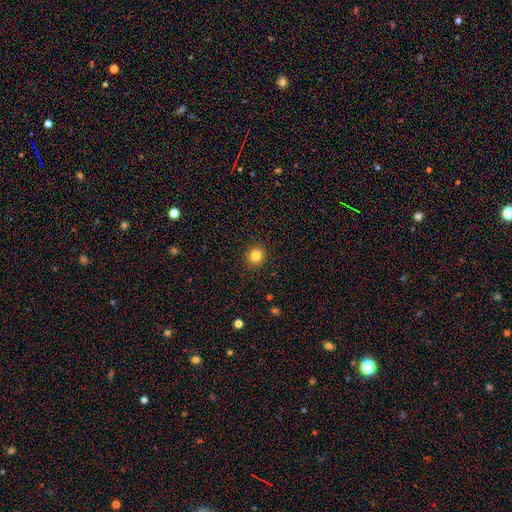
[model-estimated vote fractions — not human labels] The model was most divided on "smooth or featured": smooth: 83%, star or artifact: 12%, featured or disk: 6%. More confident: merging — none (91%); how rounded — round (86%).